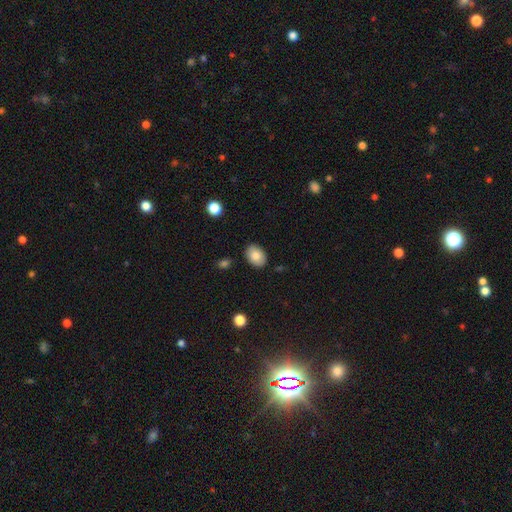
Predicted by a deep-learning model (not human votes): A smooth galaxy with no disk features (85%) that is in between round and cigar-shaped (79%).

Vote fractions:
- Smooth or featured? smooth: 85% / featured or disk: 8% / star or artifact: 7%
- How rounded? in between: 79% / round: 20% / cigar-shaped: 1%
- Merging? none: 86% / minor disturbance: 10% / major disturbance: 2% / merger: 2%